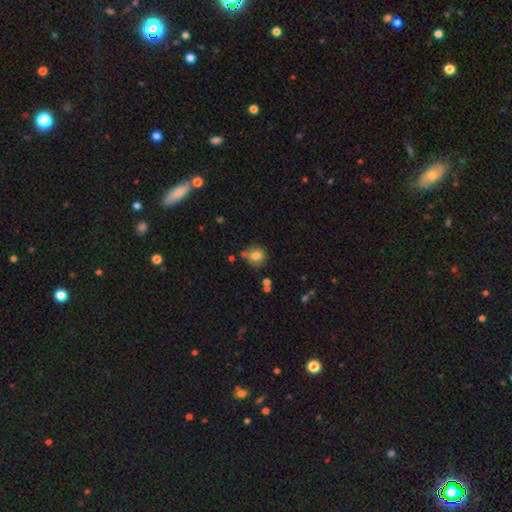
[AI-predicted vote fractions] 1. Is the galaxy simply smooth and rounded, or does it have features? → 79% smooth, 11% featured or disk, 11% star or artifact.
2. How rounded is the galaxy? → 86% round, 13% in between, 1% cigar-shaped.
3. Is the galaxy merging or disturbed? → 72% none, 15% minor disturbance, 8% merger, 4% major disturbance.